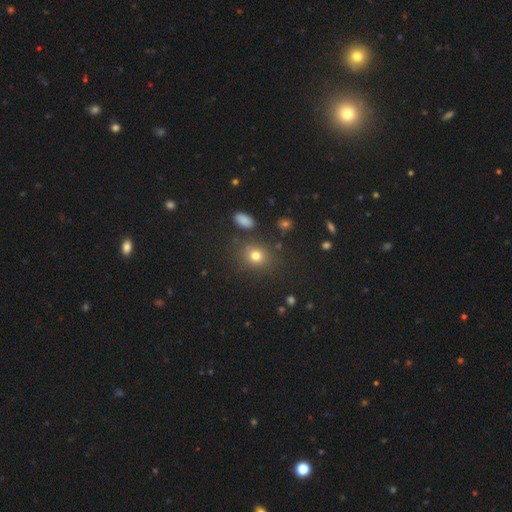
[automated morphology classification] smooth-or-featured: smooth: 76% | star or artifact: 16% | featured or disk: 8%
  how-rounded: round: 68% | in between: 30% | cigar-shaped: 1%
  merging: none: 80% | minor disturbance: 11% | merger: 5% | major disturbance: 4%